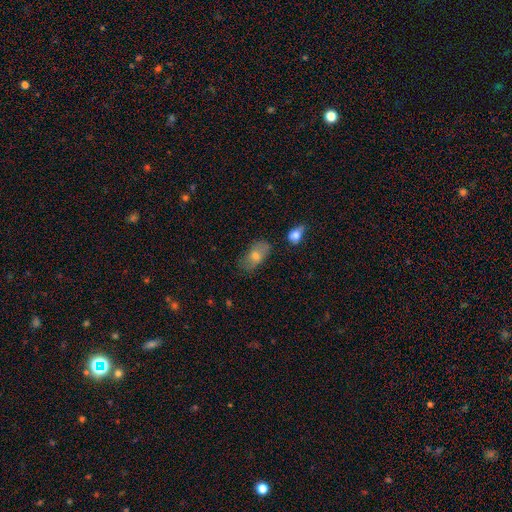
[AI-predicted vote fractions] smooth-or-featured: smooth: 64% | featured or disk: 25% | star or artifact: 11%
  how-rounded: in between: 89% | round: 7% | cigar-shaped: 4%
  merging: none: 72% | minor disturbance: 19% | major disturbance: 5% | merger: 4%